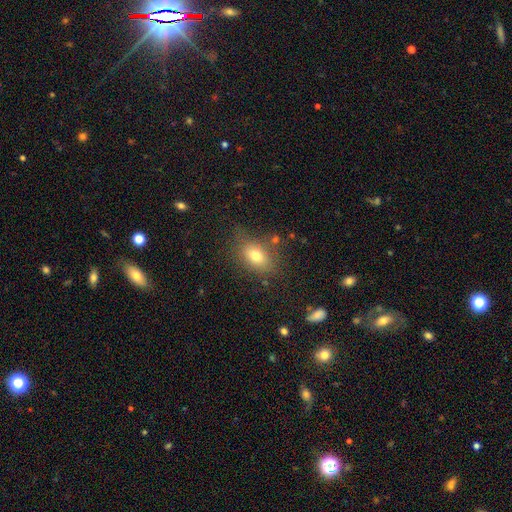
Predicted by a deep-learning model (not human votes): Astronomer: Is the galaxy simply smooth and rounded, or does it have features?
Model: smooth — 75%.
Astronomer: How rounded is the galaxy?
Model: in between — 76%.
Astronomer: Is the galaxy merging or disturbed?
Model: none — 69%.